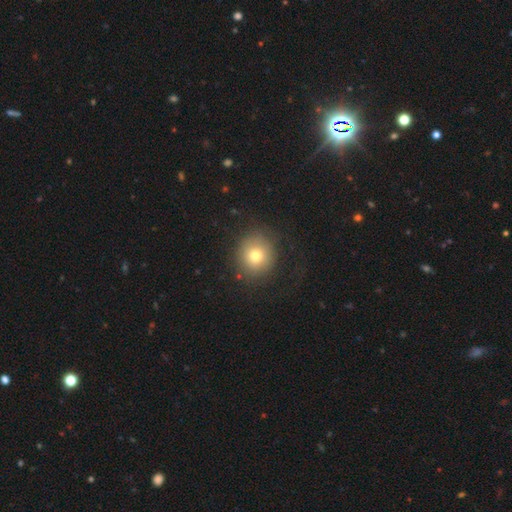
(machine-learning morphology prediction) Smooth or featured? smooth (74%)
How rounded? round (89%)
Merging? none (83%)